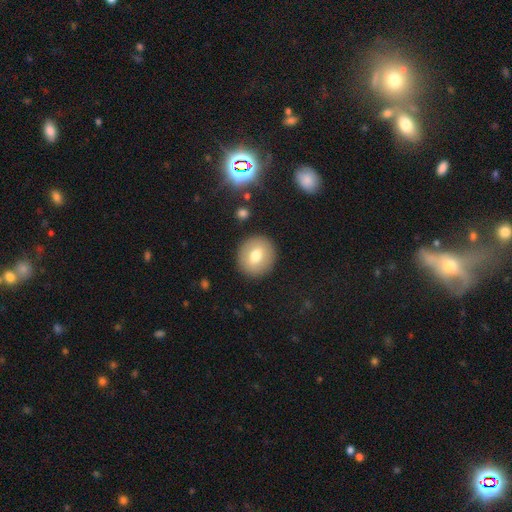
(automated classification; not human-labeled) A smooth galaxy with no disk features (70%) that is round (84%). Merging: none (89%).